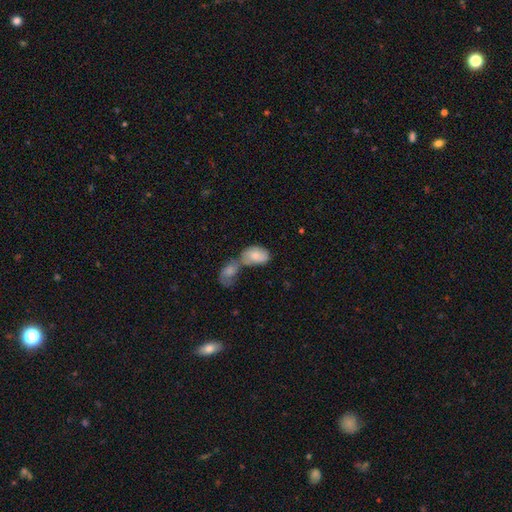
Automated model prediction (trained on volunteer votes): A smooth galaxy with no disk features (71%) that is in between round and cigar-shaped (86%).

Vote fractions:
- Smooth or featured? smooth: 71% / featured or disk: 23% / star or artifact: 7%
- How rounded? in between: 86% / round: 12% / cigar-shaped: 2%
- Merging? merger: 68% / none: 17% / minor disturbance: 9% / major disturbance: 6%